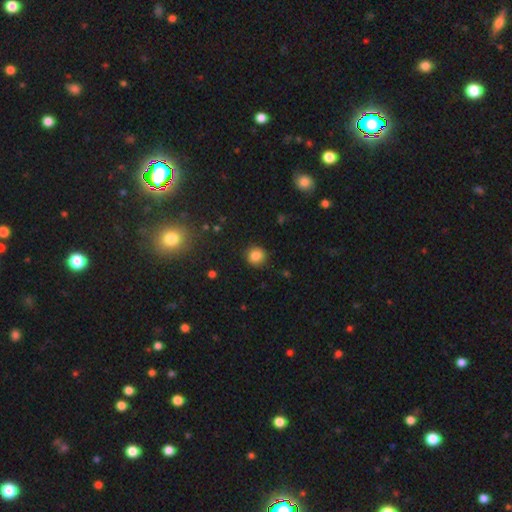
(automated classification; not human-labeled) Q: Smooth or featured?
A: smooth (84%); runner-up: star or artifact (11%)
Q: How rounded?
A: round (90%); runner-up: in between (9%)
Q: Merging?
A: none (89%); runner-up: minor disturbance (7%)